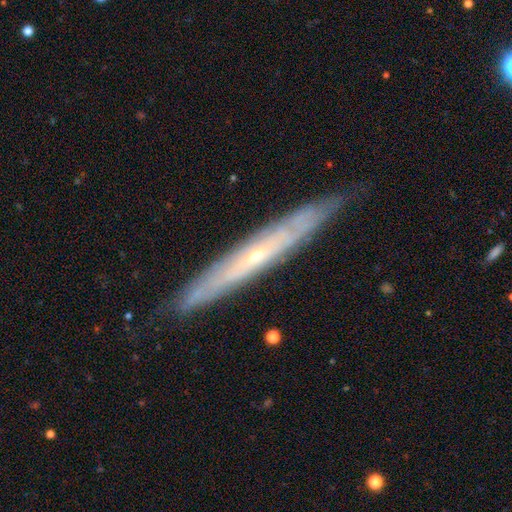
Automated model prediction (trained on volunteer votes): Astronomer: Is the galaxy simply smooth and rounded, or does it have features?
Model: featured or disk — 76%.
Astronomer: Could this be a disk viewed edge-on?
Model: yes — 74%.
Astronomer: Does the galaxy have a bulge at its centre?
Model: rounded — 55% (runner-up: none, 43%).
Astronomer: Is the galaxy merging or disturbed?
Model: none — 82%.